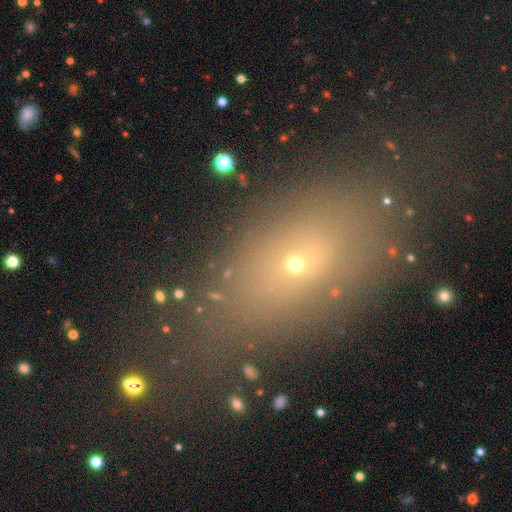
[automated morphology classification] smooth_or_featured: smooth (p=0.56) [alt: star or artifact p=0.27]
how_rounded: in between (p=0.74) [alt: round p=0.17]
merging: none (p=0.70) [alt: minor disturbance p=0.15]